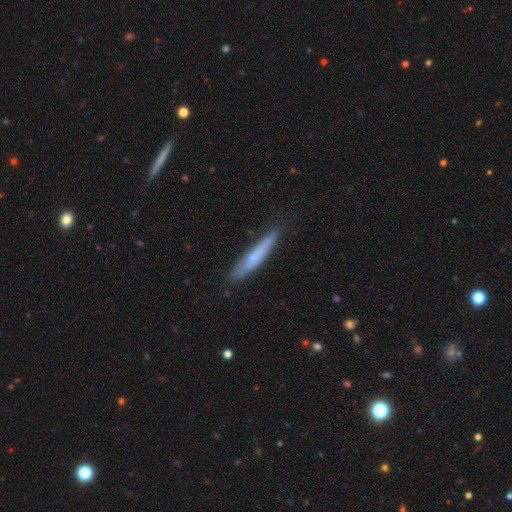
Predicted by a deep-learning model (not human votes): Morphology: type=smooth (56%); roundness=cigar-shaped (93%); merging=none (80%).